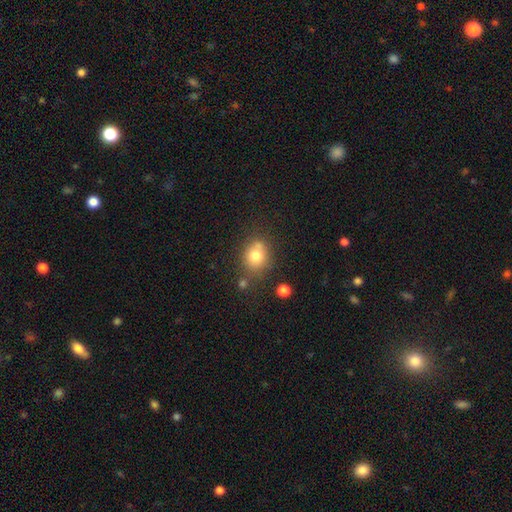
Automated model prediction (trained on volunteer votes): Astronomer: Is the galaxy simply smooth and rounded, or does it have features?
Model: smooth — 77%.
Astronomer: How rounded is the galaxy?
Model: round — 69%.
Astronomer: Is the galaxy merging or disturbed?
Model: none — 62%.